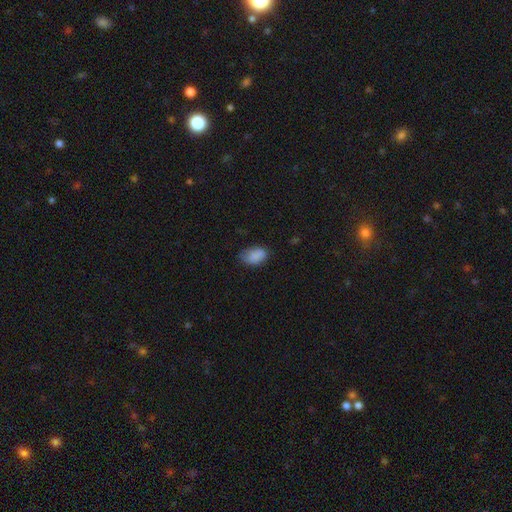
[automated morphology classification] Overall: smooth (86%). How rounded: in between (89%). Merging: none (65%; minor disturbance 28%).